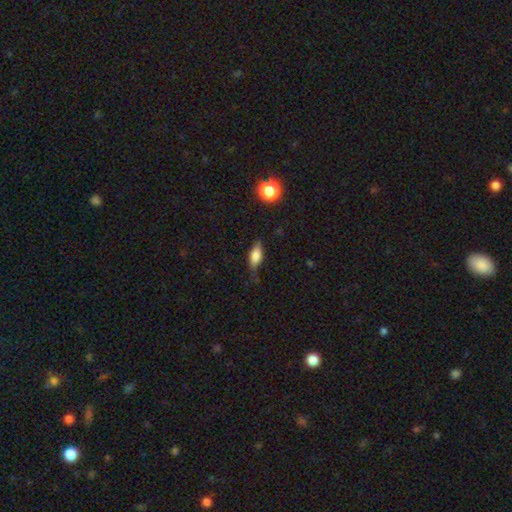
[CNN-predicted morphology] type=smooth (72%); roundness=in between (75%); merging=none (65%).